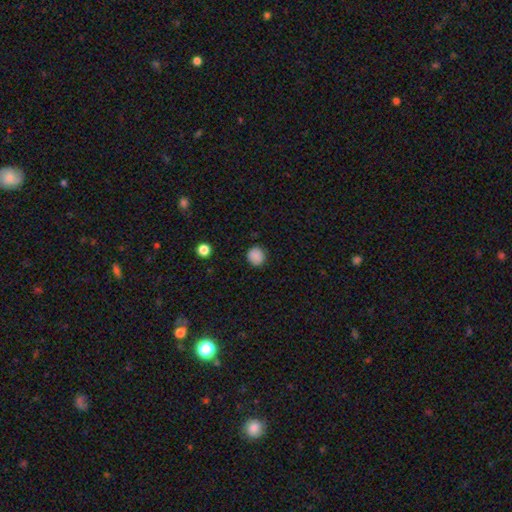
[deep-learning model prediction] This appears to be a smooth galaxy with no disk features (87%) that is round (91%). Merging: none (89%).